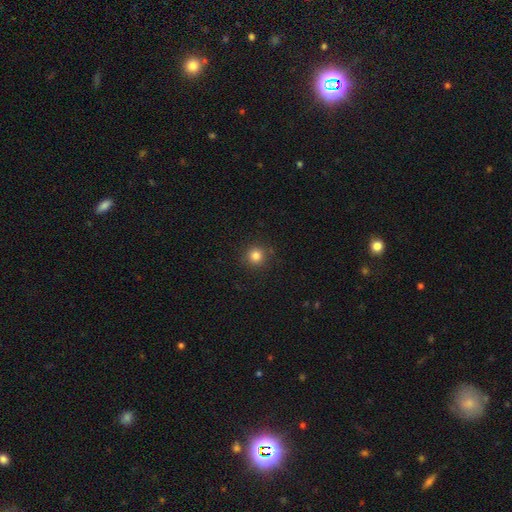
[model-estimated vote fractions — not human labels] A smooth galaxy with no disk features (83%) that is round (94%).

Vote fractions:
- Smooth or featured? smooth: 83% / star or artifact: 13% / featured or disk: 4%
- How rounded? round: 94% / in between: 5% / cigar-shaped: 1%
- Merging? none: 89% / minor disturbance: 7% / major disturbance: 2% / merger: 1%